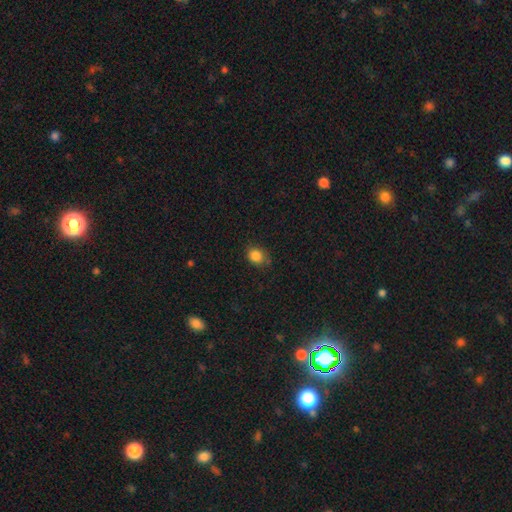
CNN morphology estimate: This is clearly a smooth galaxy (85%). How rounded: likely round (61%). Merging: likely none (73%).